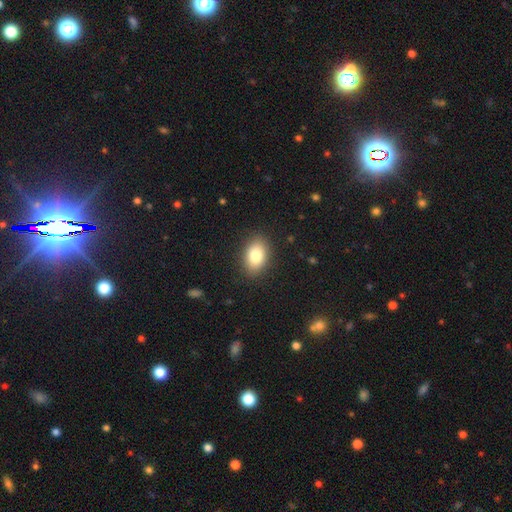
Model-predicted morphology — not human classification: Smooth or featured: smooth — 83% (featured or disk — 10%)
How rounded: in between — 85% (round — 13%)
Merging: none — 88% (minor disturbance — 9%)